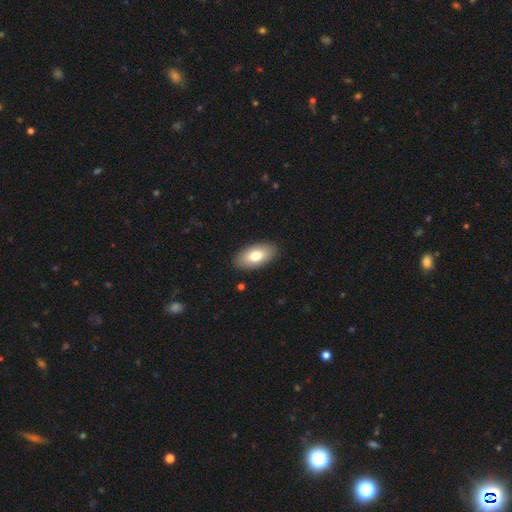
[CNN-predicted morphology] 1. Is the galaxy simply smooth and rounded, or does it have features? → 76% smooth, 18% featured or disk, 7% star or artifact.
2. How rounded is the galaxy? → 94% in between, 3% round, 3% cigar-shaped.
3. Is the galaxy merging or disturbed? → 89% none, 8% minor disturbance, 2% major disturbance, 1% merger.